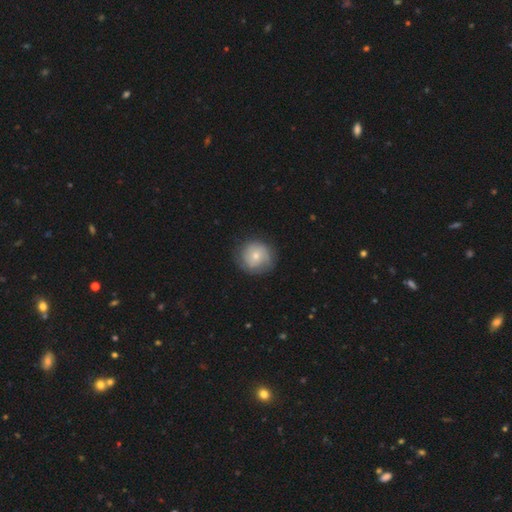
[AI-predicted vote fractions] Smooth or featured? Predicted: smooth (p=0.58). How rounded? Predicted: round (p=0.91). Merging? Predicted: none (p=0.80).